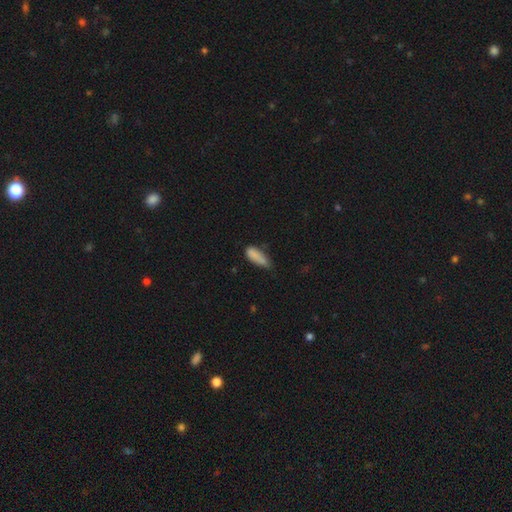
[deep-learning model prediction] A smooth galaxy with no disk features (85%) that is in between round and cigar-shaped (65%). Merging: none (44%).